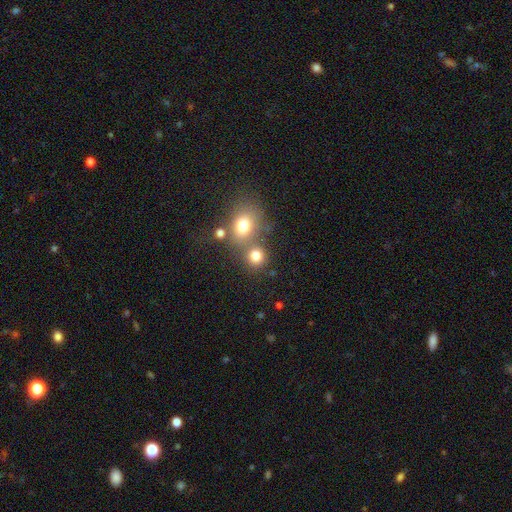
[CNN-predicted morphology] A smooth galaxy with no disk features (78%) that is round (82%). Merging: none (56%).